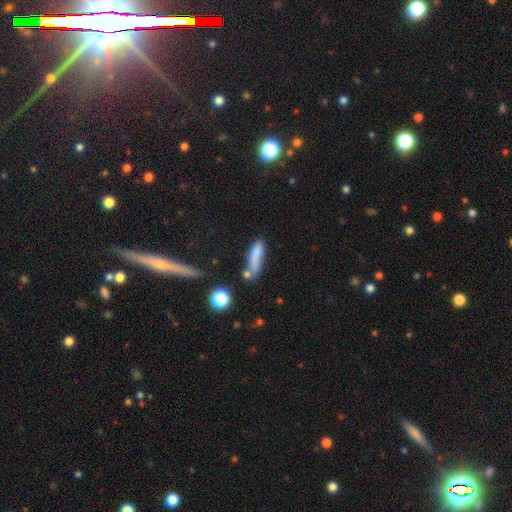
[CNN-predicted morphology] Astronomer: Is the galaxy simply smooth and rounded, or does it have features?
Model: smooth — 77%.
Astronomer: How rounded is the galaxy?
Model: cigar-shaped — 71%.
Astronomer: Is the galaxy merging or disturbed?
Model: none — 53%.